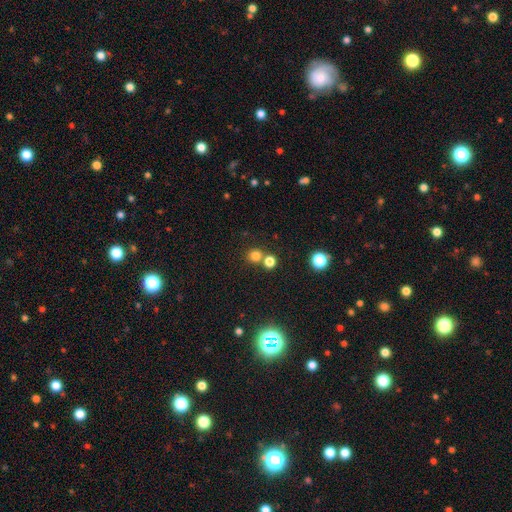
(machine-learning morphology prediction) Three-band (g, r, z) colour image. It shows a smooth galaxy with no disk features (76%) that is round (89%). Merging: none (66%).